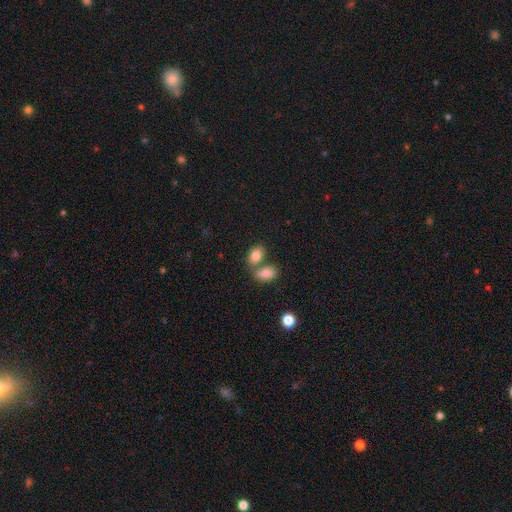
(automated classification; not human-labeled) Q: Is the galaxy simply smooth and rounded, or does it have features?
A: smooth — 82%.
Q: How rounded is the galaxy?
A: in between — 84%.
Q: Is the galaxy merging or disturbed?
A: merger — 44%.